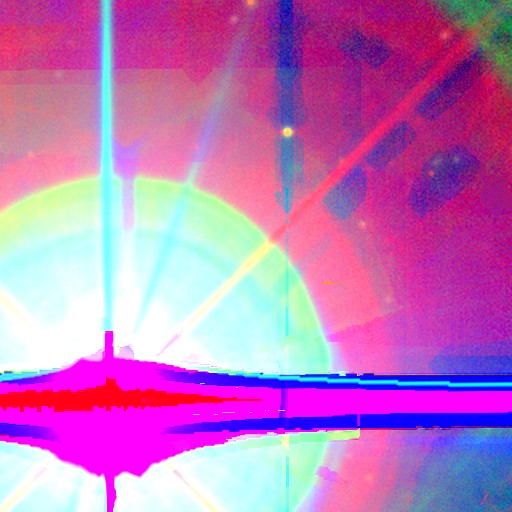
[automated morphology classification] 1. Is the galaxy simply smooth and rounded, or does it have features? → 84% star or artifact, 10% featured or disk, 6% smooth.